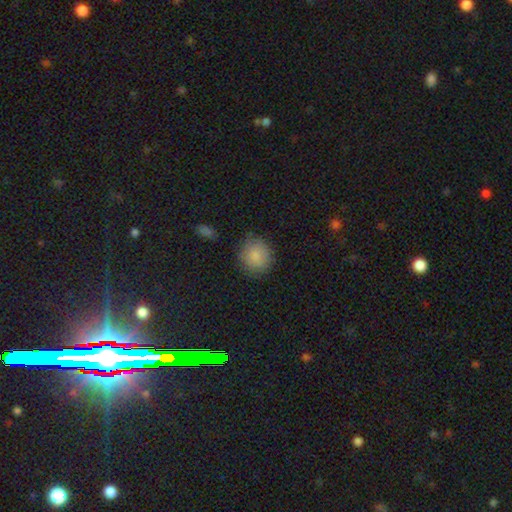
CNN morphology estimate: This is clearly a smooth galaxy (85%). How rounded: clearly round (84%). Merging: likely none (79%).